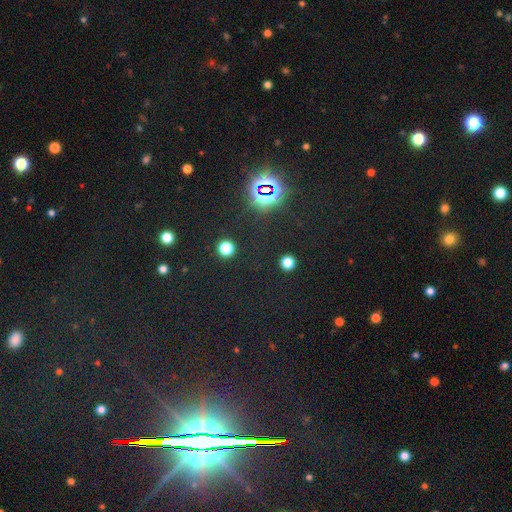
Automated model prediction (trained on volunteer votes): The model was most divided on "smooth or featured": star or artifact: 82%, smooth: 10%, featured or disk: 8%.